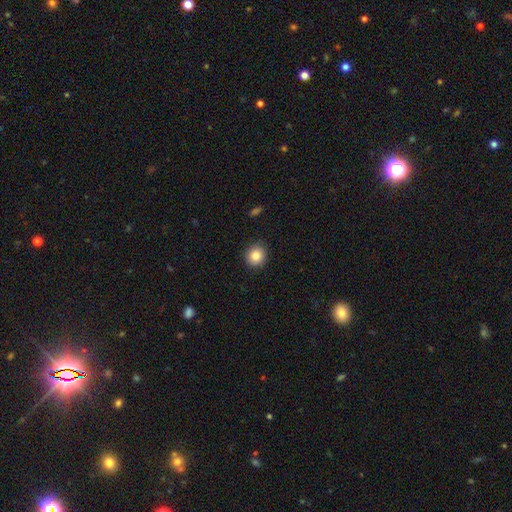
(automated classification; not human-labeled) A smooth galaxy with no disk features (86%) that is round (85%). Merging: none (89%).